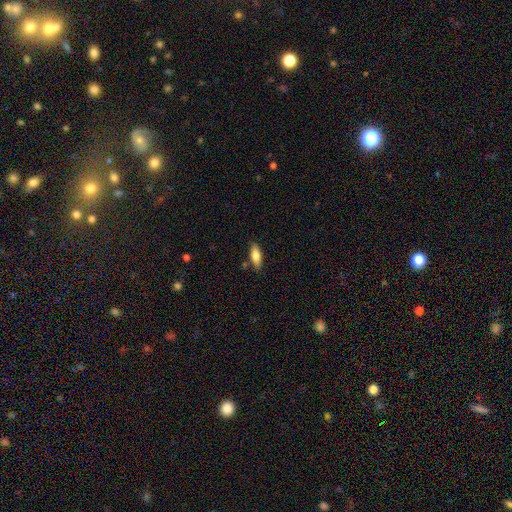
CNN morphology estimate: Overall: smooth (78%). How rounded: in between (70%). Merging: none (81%).